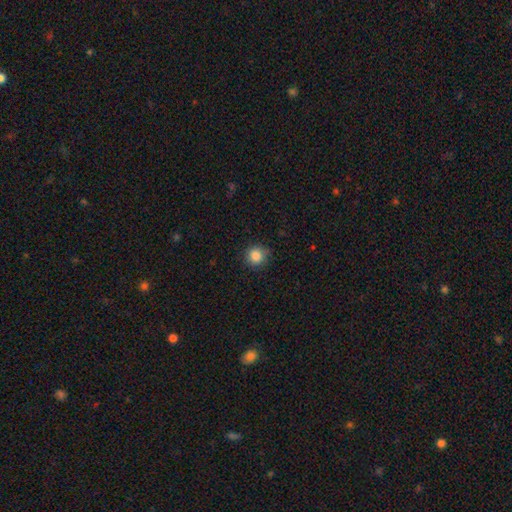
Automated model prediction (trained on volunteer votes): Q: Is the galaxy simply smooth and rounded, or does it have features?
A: smooth — 86%.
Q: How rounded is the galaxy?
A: round — 92%.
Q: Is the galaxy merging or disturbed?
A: none — 84%.